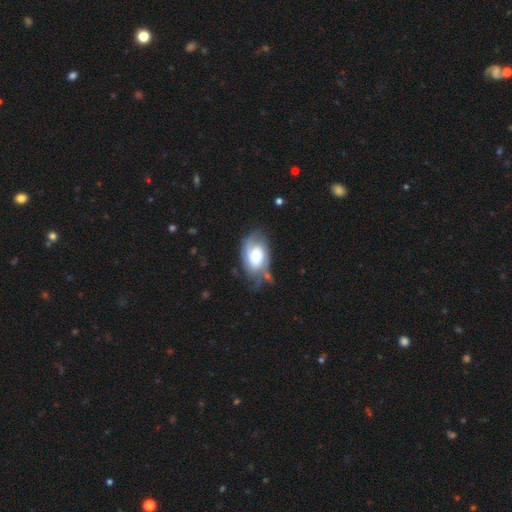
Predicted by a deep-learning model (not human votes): Smooth or featured?
  - featured or disk: 61% *
  - smooth: 32%
  - star or artifact: 7%
Edge-on disk?
  - no: 95% *
  - yes: 5%
Bar?
  - no: 70% *
  - weak: 25%
  - strong: 6%
Spiral arms?
  - yes: 85% *
  - no: 15%
Bulge size?
  - large: 45% *
  - moderate: 29%
  - small: 13%
  - dominant: 9%
  - none: 4%
Merging?
  - none: 48% *
  - minor disturbance: 30%
  - major disturbance: 18%
  - merger: 5%